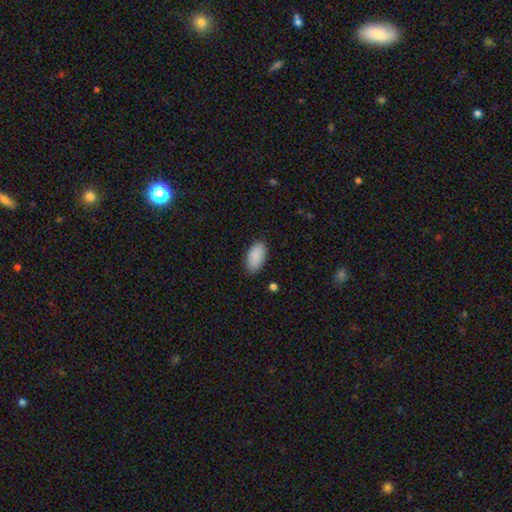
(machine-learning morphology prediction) smooth_or_featured: smooth (p=0.89) [alt: star or artifact p=0.06]
how_rounded: in between (p=0.95) [alt: round p=0.03]
merging: none (p=0.85) [alt: minor disturbance p=0.12]